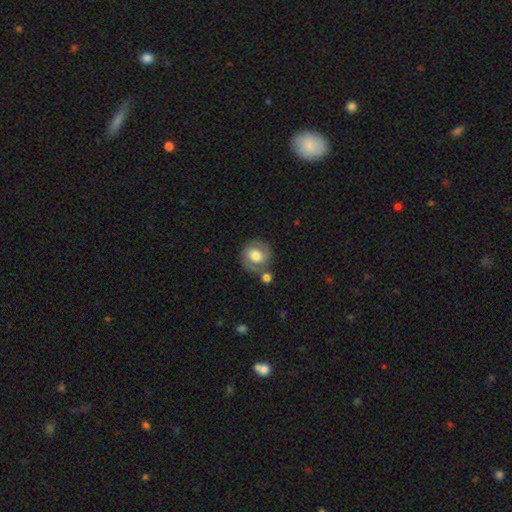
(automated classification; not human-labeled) Q: Smooth or featured?
A: smooth (50%); runner-up: featured or disk (42%)
Q: How rounded?
A: round (84%); runner-up: in between (15%)
Q: Merging?
A: none (67%); runner-up: minor disturbance (15%)